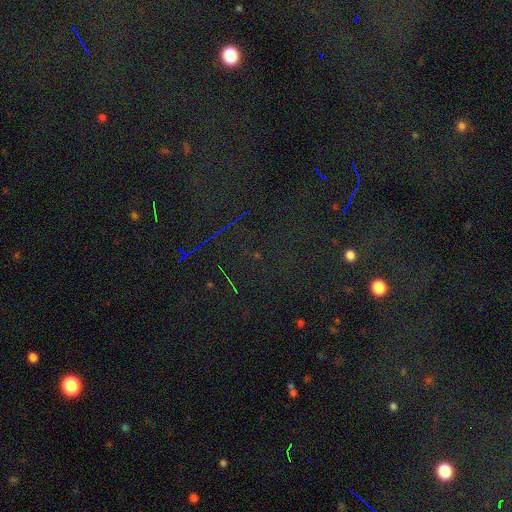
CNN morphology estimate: Smooth or featured? Predicted: star or artifact (p=0.78).